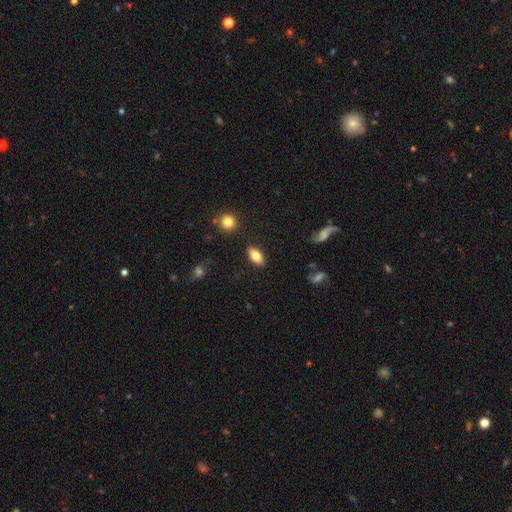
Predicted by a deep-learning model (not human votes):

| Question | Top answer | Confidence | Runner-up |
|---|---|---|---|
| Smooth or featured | smooth | 78% | featured or disk (15%) |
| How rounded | in between | 88% | cigar-shaped (8%) |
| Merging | none | 87% | minor disturbance (9%) |